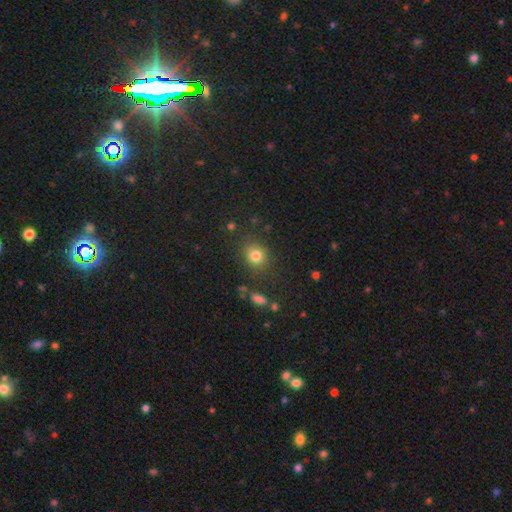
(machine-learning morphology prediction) Smooth or featured? Predicted: smooth (p=0.79). How rounded? Predicted: round (p=0.73). Merging? Predicted: none (p=0.80).